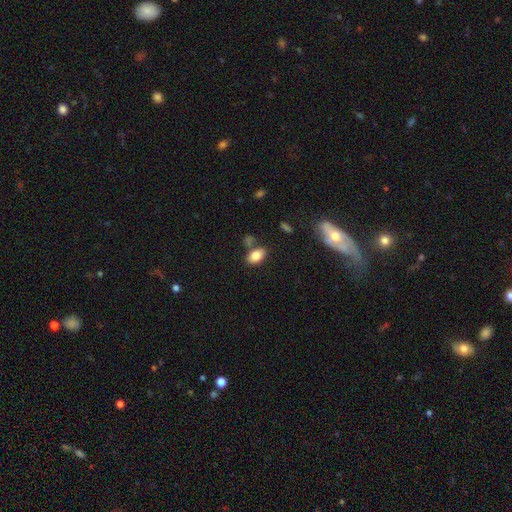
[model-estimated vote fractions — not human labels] Overall: smooth (83%). How rounded: in between (89%). Merging: none (73%).